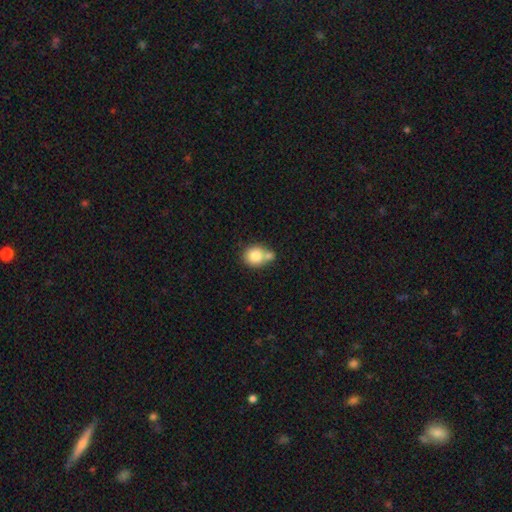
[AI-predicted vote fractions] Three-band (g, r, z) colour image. It shows a smooth galaxy with no disk features (79%) that is round (75%). Merging: merger (43%).